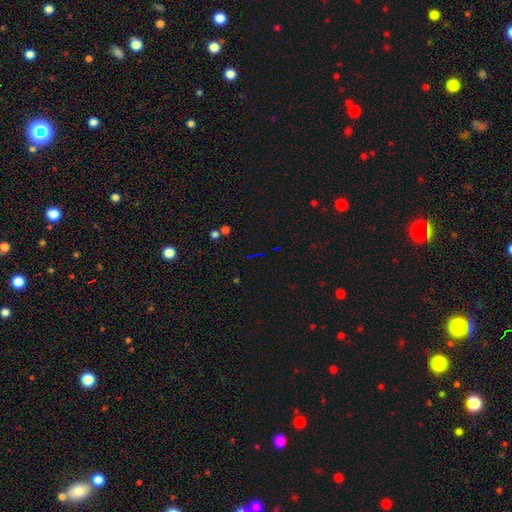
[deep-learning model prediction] Smooth or featured? star or artifact (66%)